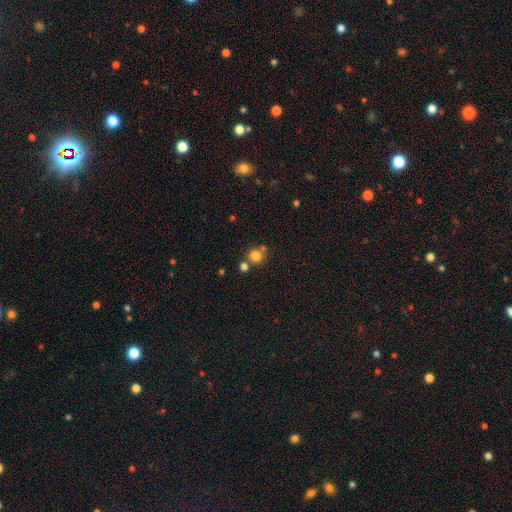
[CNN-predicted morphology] smooth_or_featured: smooth (p=0.80) [alt: star or artifact p=0.14]
how_rounded: round (p=0.90) [alt: in between p=0.09]
merging: none (p=0.70) [alt: merger p=0.19]